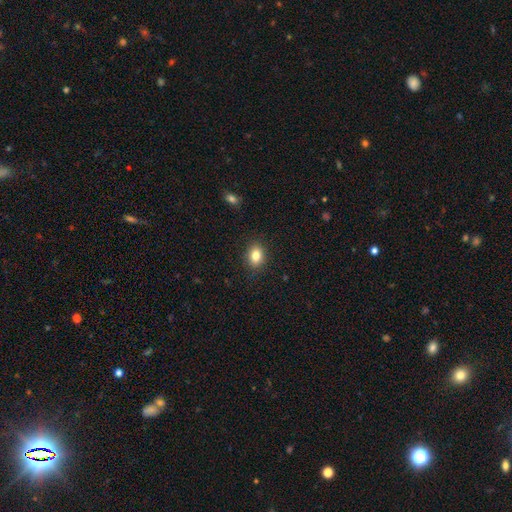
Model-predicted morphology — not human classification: Smooth or featured? smooth (83%)
How rounded? in between (64%)
Merging? none (88%)